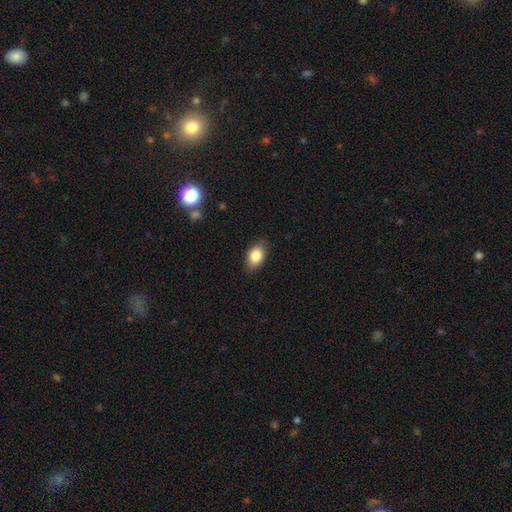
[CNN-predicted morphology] Smooth or featured? smooth (84%)
How rounded? in between (84%)
Merging? none (84%)